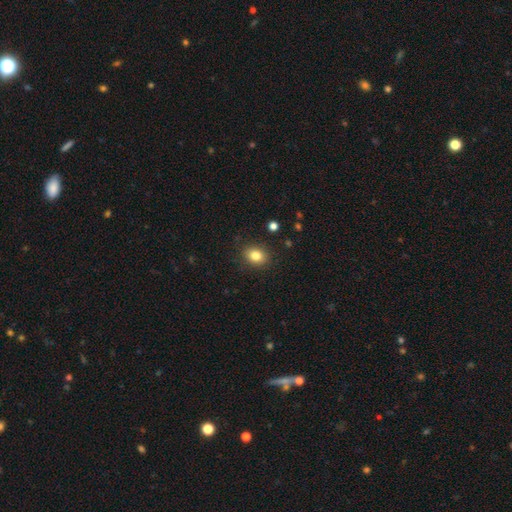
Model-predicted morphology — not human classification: smooth-or-featured: smooth: 83% | star or artifact: 10% | featured or disk: 7%
  how-rounded: in between: 57% | round: 42% | cigar-shaped: 1%
  merging: none: 87% | minor disturbance: 9% | major disturbance: 3% | merger: 1%